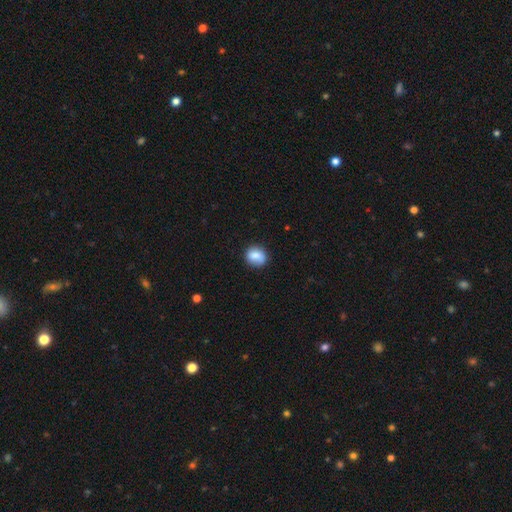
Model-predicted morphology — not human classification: smooth 82%, featured or disk 10%, star or artifact 8%. Down the decision tree: how rounded — round (74%); merging — none (79%).